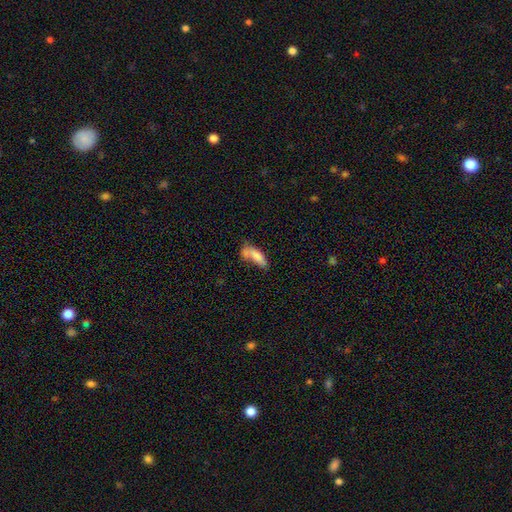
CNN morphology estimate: A smooth galaxy with no disk features (76%) that is in between round and cigar-shaped (67%). Merging: none (33%).